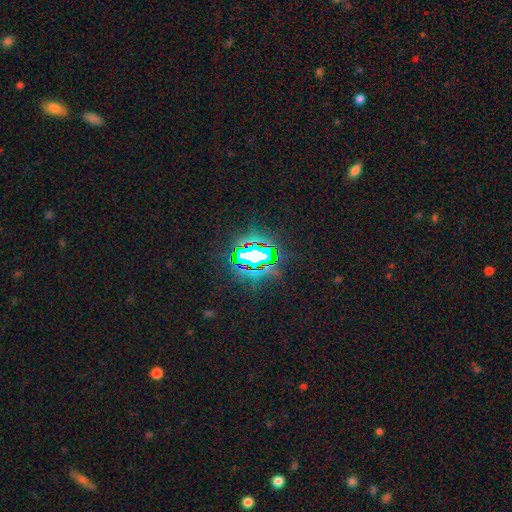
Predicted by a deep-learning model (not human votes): smooth-or-featured: star or artifact: 67% | smooth: 19% | featured or disk: 14%